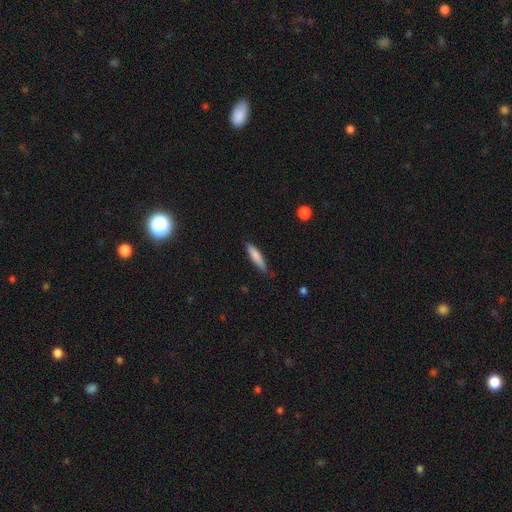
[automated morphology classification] A smooth galaxy with no disk features (80%) that is cigar-shaped (81%). Merging: none (75%).